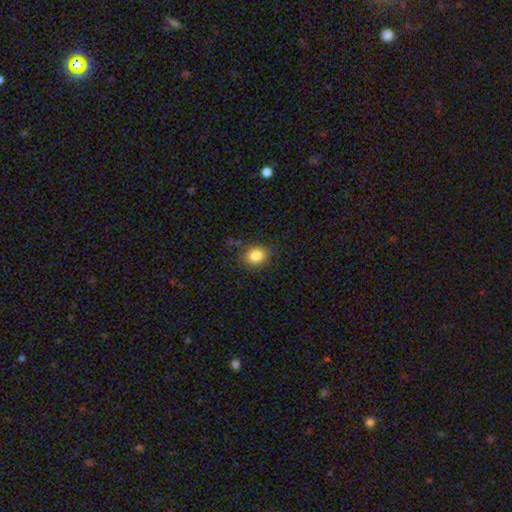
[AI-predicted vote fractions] A smooth galaxy with no disk features (83%) that is round (52%). Merging: none (80%).